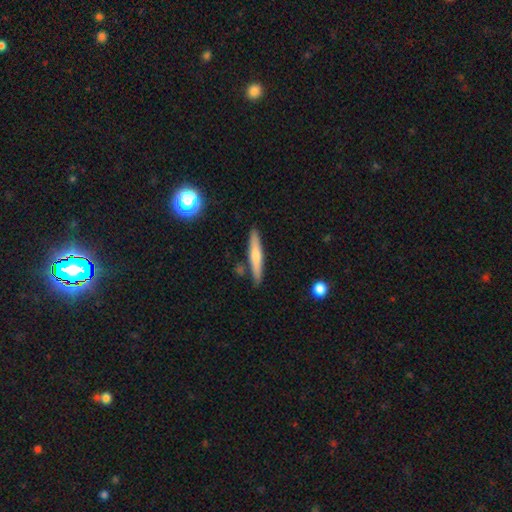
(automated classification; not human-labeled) Smooth or featured?
  - smooth: 57% *
  - featured or disk: 37%
  - star or artifact: 6%
How rounded?
  - cigar-shaped: 92% *
  - in between: 6%
  - round: 2%
Merging?
  - none: 86% *
  - minor disturbance: 9%
  - merger: 4%
  - major disturbance: 2%